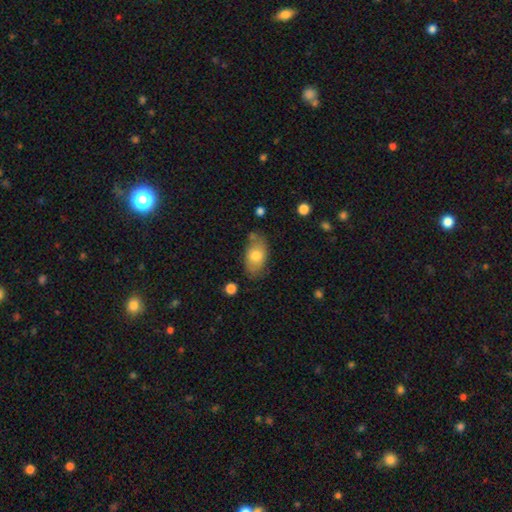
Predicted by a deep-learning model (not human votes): This appears to be a smooth galaxy with no disk features (74%) that is in between round and cigar-shaped (90%). Merging: none (71%).